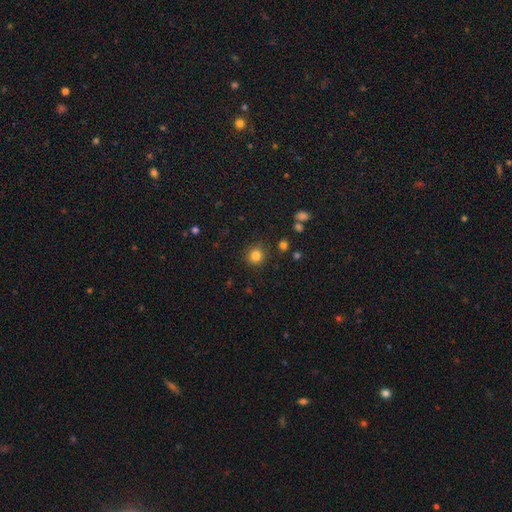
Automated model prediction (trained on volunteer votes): Smooth or featured? smooth (82%)
How rounded? round (92%)
Merging? none (88%)